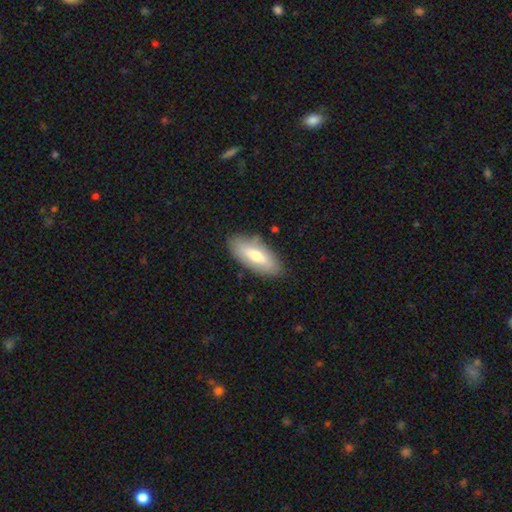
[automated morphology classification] The model was most divided on "smooth or featured": smooth: 61%, featured or disk: 32%, star or artifact: 6%. More confident: merging — none (82%); how rounded — in between (77%).